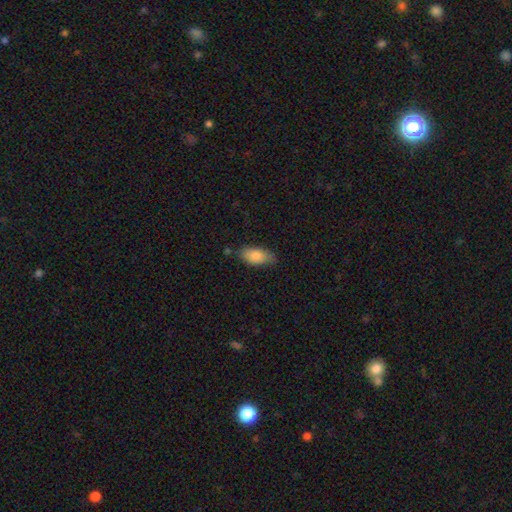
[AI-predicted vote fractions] Overall: smooth (83%). How rounded: in between (89%). Merging: none (71%).